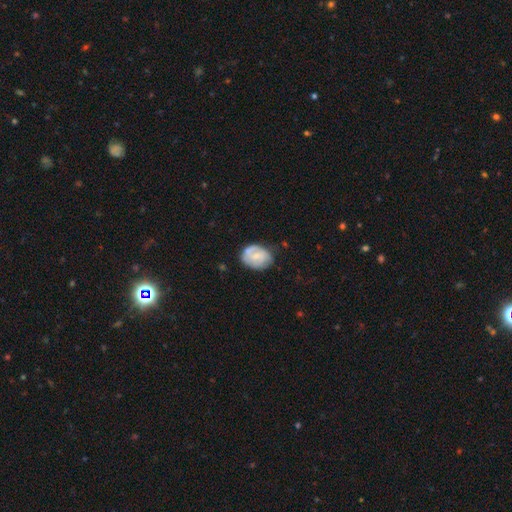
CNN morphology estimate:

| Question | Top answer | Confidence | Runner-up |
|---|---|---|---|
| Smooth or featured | smooth | 49% | featured or disk (45%) |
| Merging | none | 59% | minor disturbance (29%) |